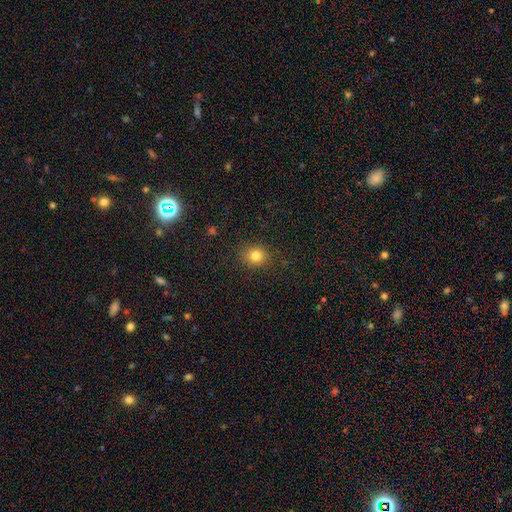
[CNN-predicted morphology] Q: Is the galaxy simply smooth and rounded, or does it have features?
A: smooth — 81%.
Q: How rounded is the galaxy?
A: round — 70%.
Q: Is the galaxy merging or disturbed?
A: none — 86%.